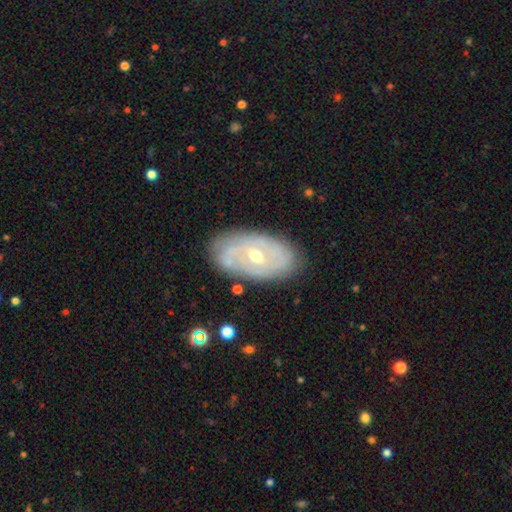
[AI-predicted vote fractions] Smooth or featured? Predicted: featured or disk (p=0.79). Edge-on disk? Predicted: no (p=0.94). Bar? Predicted: no (p=0.52). Spiral arms? Predicted: yes (p=0.84). Spiral winding? Predicted: tight (p=0.68). Spiral arm count? Predicted: can't tell (p=0.39). Bulge size? Predicted: moderate (p=0.61). Merging? Predicted: none (p=0.79).